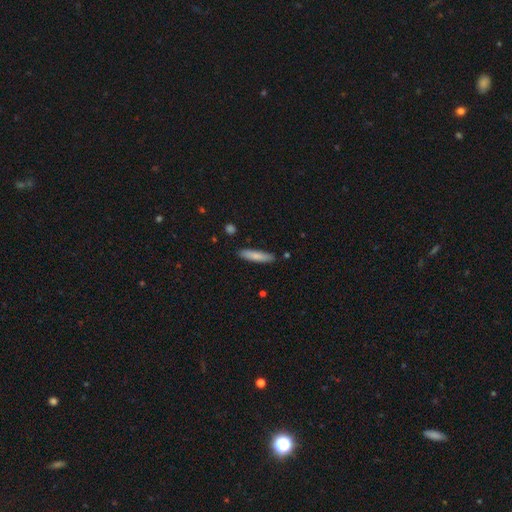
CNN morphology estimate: smooth_or_featured: smooth (p=0.78) [alt: featured or disk p=0.16]
how_rounded: cigar-shaped (p=0.79) [alt: in between p=0.19]
merging: none (p=0.86) [alt: minor disturbance p=0.10]